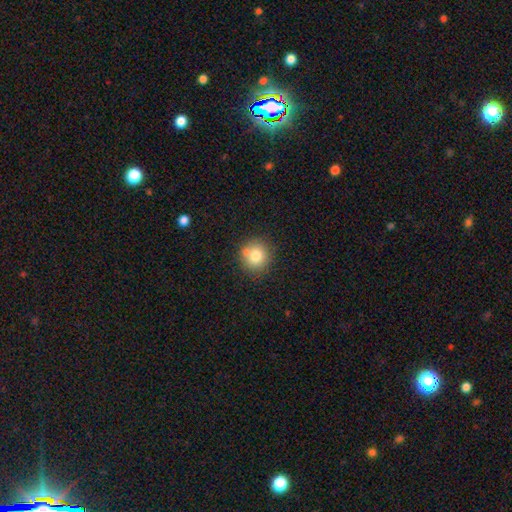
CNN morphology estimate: This is likely a smooth galaxy (78%). How rounded: clearly round (89%). Merging: likely none (73%).